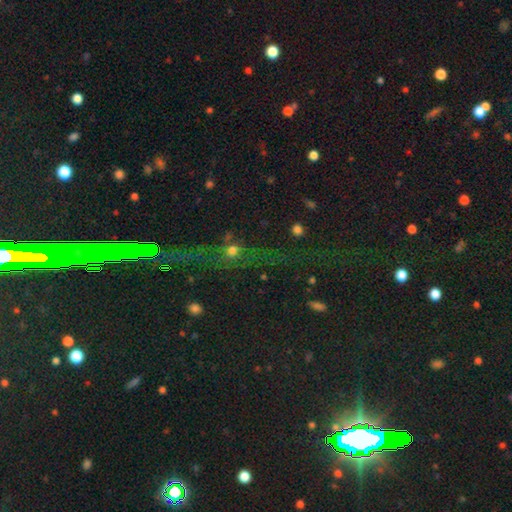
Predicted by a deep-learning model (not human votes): The model was most divided on "smooth or featured": star or artifact: 75%, smooth: 14%, featured or disk: 11%.